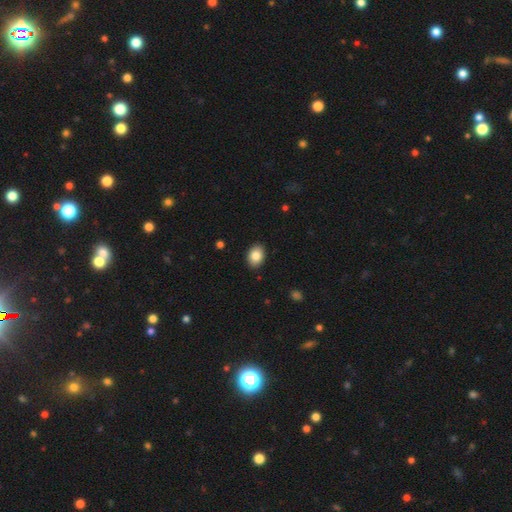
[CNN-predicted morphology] Smooth or featured? smooth (85%)
How rounded? in between (78%)
Merging? none (90%)